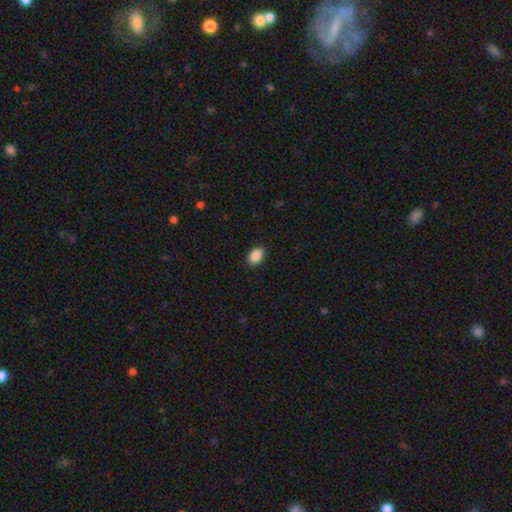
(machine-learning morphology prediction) Smooth or featured? smooth (90%)
How rounded? in between (84%)
Merging? none (89%)